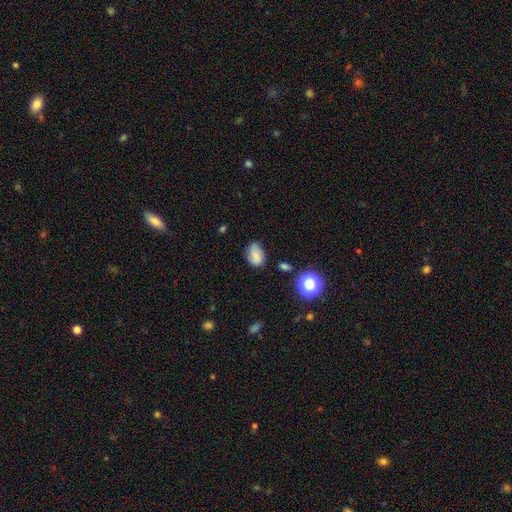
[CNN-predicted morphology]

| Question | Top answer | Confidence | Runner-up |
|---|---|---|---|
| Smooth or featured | smooth | 78% | star or artifact (12%) |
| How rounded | in between | 78% | round (21%) |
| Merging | none | 56% | minor disturbance (33%) |